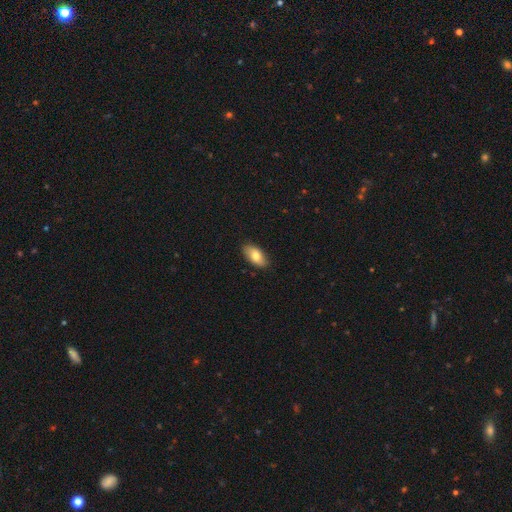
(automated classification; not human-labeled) smooth-or-featured: smooth: 78% | featured or disk: 16% | star or artifact: 6%
  how-rounded: in between: 92% | cigar-shaped: 5% | round: 3%
  merging: none: 87% | minor disturbance: 11% | major disturbance: 2% | merger: 1%